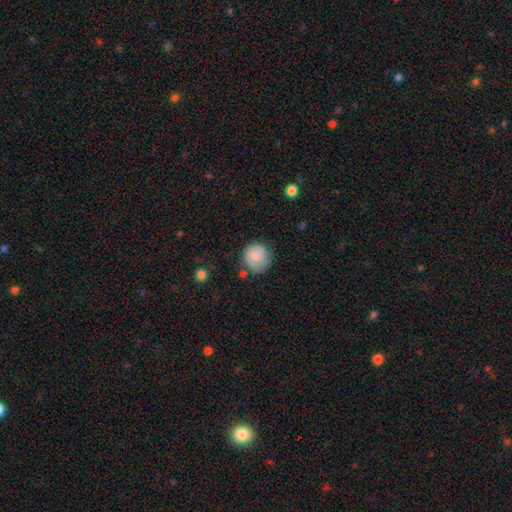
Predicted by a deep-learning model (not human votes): A smooth galaxy with no disk features (59%) that is round (88%).

Vote fractions:
- Smooth or featured? smooth: 59% / featured or disk: 34% / star or artifact: 7%
- How rounded? round: 88% / in between: 11% / cigar-shaped: 1%
- Merging? none: 69% / minor disturbance: 21% / major disturbance: 7% / merger: 3%